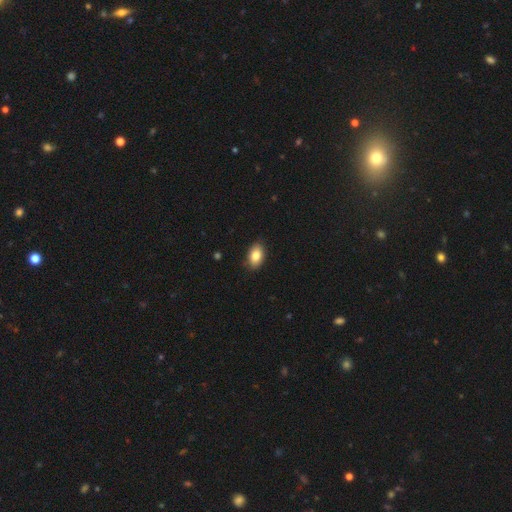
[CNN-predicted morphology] type=smooth (84%); roundness=in between (90%); merging=none (86%).